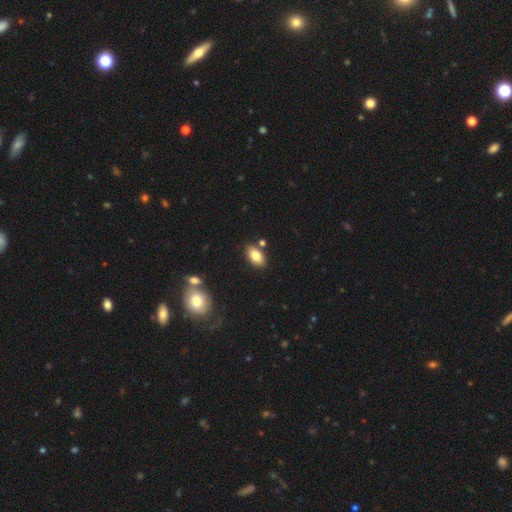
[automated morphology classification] smooth_or_featured: smooth (p=0.81) [alt: featured or disk p=0.11]
how_rounded: in between (p=0.92) [alt: round p=0.06]
merging: none (p=0.80) [alt: minor disturbance p=0.10]